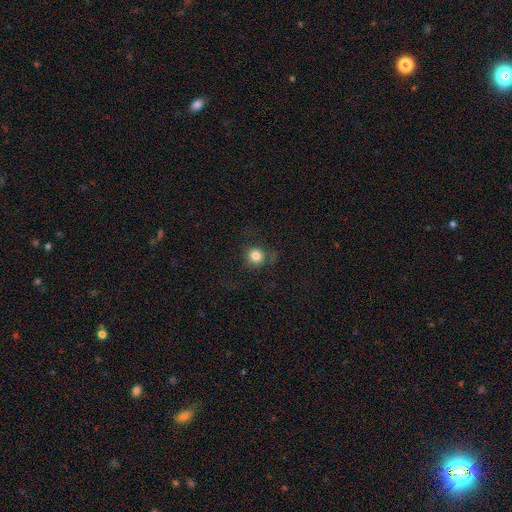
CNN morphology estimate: smooth_or_featured: smooth (p=0.79) [alt: star or artifact p=0.12]
how_rounded: round (p=0.91) [alt: in between p=0.08]
merging: none (p=0.72) [alt: minor disturbance p=0.16]